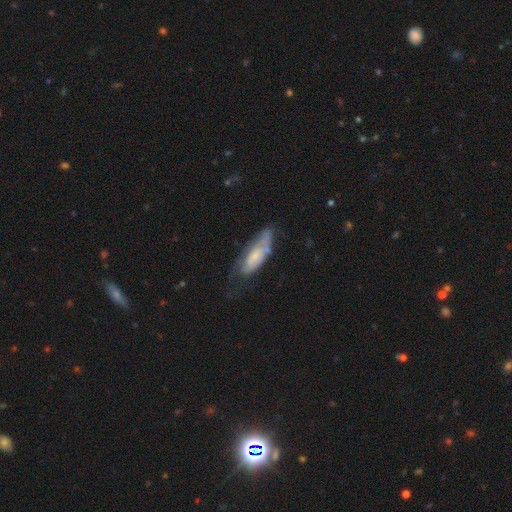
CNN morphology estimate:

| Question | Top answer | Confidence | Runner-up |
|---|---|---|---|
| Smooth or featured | smooth | 49% | featured or disk (44%) |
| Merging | none | 37% | minor disturbance (33%) |